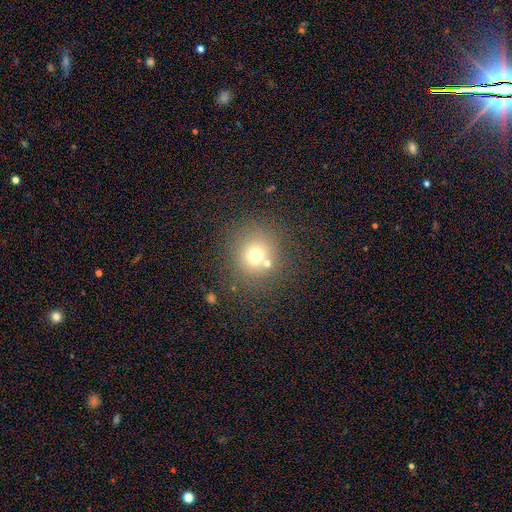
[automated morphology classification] Smooth or featured? Predicted: smooth (p=0.68). How rounded? Predicted: round (p=0.87). Merging? Predicted: none (p=0.70).